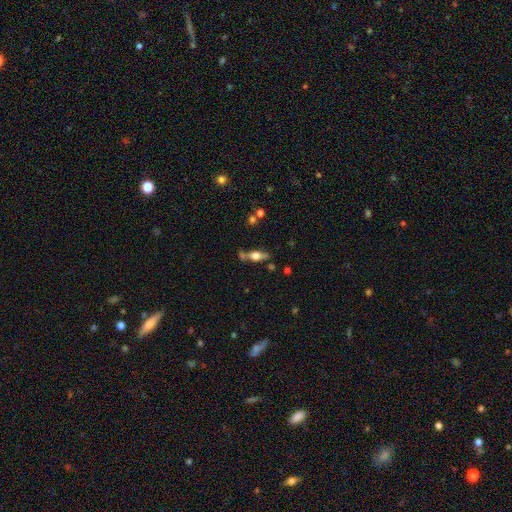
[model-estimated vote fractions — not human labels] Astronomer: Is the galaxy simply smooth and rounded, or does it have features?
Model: featured or disk — 54% (runner-up: smooth, 38%).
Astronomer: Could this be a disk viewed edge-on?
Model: yes — 88%.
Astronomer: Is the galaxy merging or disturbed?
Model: none — 64%.